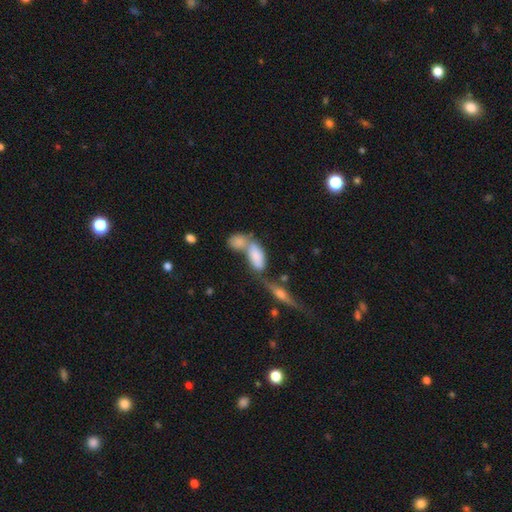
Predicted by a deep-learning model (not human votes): Smooth or featured? Predicted: smooth (p=0.77). How rounded? Predicted: in between (p=0.87). Merging? Predicted: merger (p=0.53).